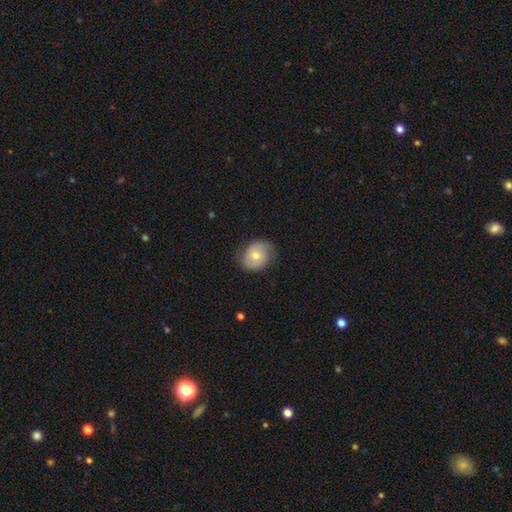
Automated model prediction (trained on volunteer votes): Overall: featured or disk (50%; smooth 42%). Edge-on disk: no (96%). Merging: none (75%).